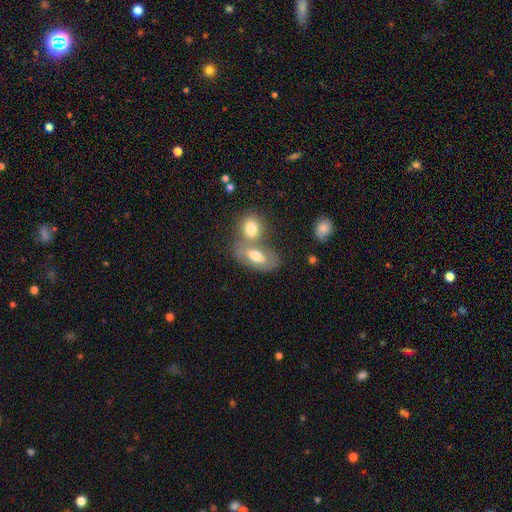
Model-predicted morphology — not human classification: A smooth galaxy with no disk features (62%) that is in between round and cigar-shaped (87%). Merging: merger (51%).